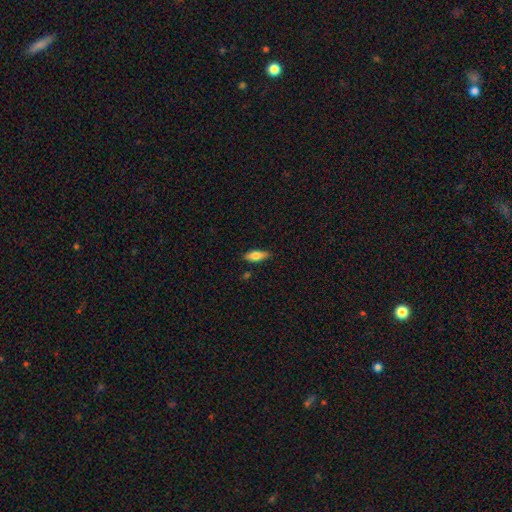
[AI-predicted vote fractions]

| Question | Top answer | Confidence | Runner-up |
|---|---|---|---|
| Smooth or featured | smooth | 76% | featured or disk (18%) |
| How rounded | in between | 76% | cigar-shaped (21%) |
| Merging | none | 81% | minor disturbance (15%) |